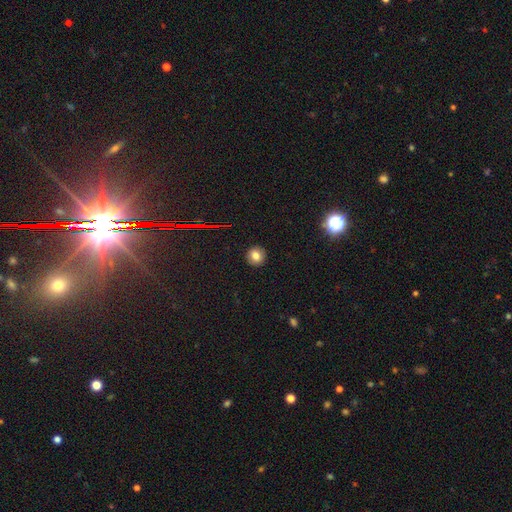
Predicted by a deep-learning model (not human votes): A smooth galaxy with no disk features (77%) that is round (93%).

Vote fractions:
- Smooth or featured? smooth: 77% / star or artifact: 14% / featured or disk: 9%
- How rounded? round: 93% / in between: 6% / cigar-shaped: 1%
- Merging? none: 92% / minor disturbance: 5% / major disturbance: 2% / merger: 1%